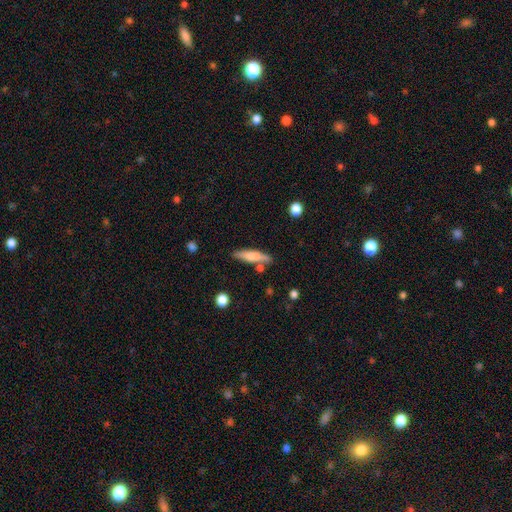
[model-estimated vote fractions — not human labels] The model was most divided on "smooth or featured": smooth: 67%, featured or disk: 27%, star or artifact: 6%. More confident: how rounded — cigar-shaped (79%); merging — none (75%).